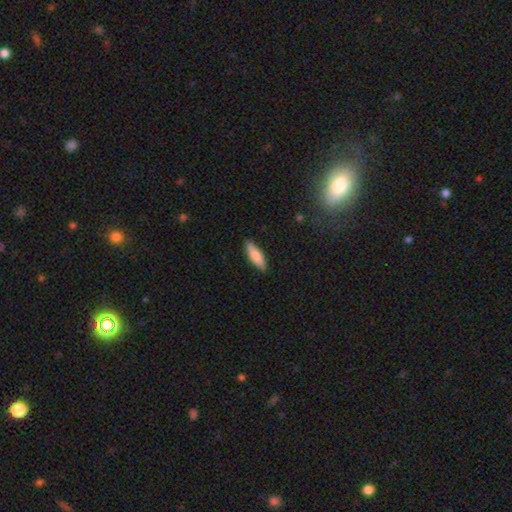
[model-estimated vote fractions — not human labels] The model was most divided on "how rounded": cigar-shaped: 50%, in between: 48%, round: 2%. More confident: merging — none (88%); smooth or featured — smooth (82%).